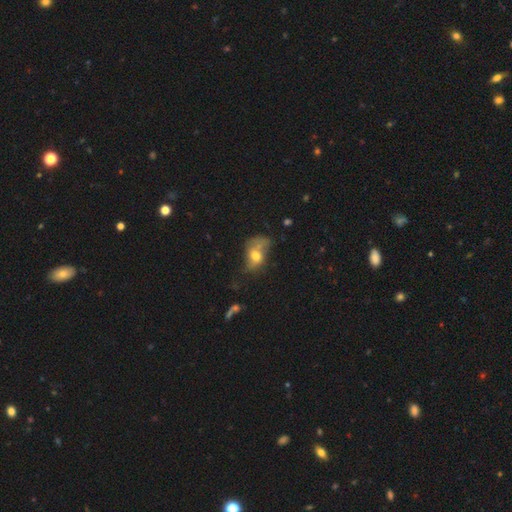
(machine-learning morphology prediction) Smooth or featured? smooth (60%)
How rounded? in between (74%)
Merging? major disturbance (28%, tied with none)